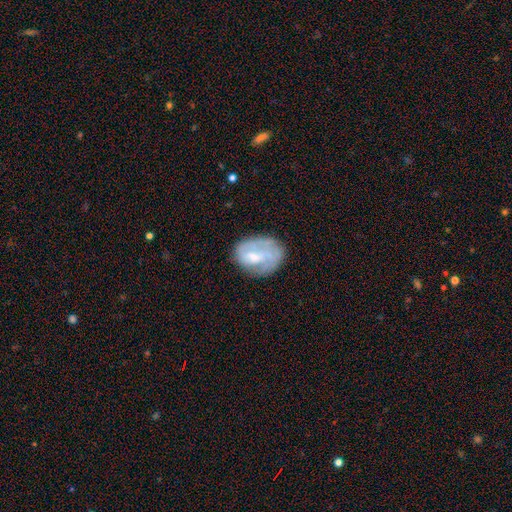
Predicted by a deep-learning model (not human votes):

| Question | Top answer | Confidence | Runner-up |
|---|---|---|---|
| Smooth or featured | featured or disk | 50% | smooth (43%) |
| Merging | none | 54% | minor disturbance (27%) |